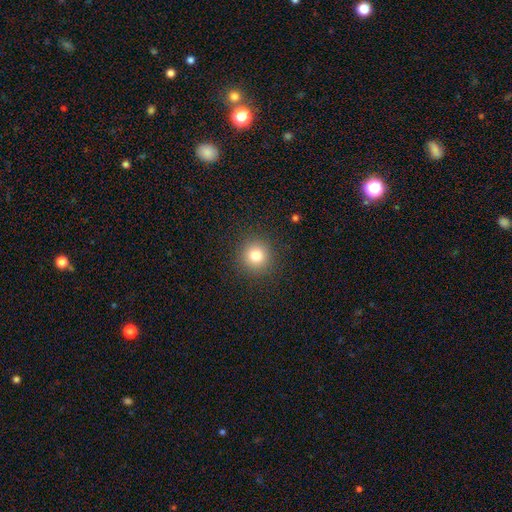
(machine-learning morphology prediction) Smooth or featured: smooth — 79% (star or artifact — 13%)
How rounded: round — 94% (in between — 5%)
Merging: none — 91% (minor disturbance — 6%)